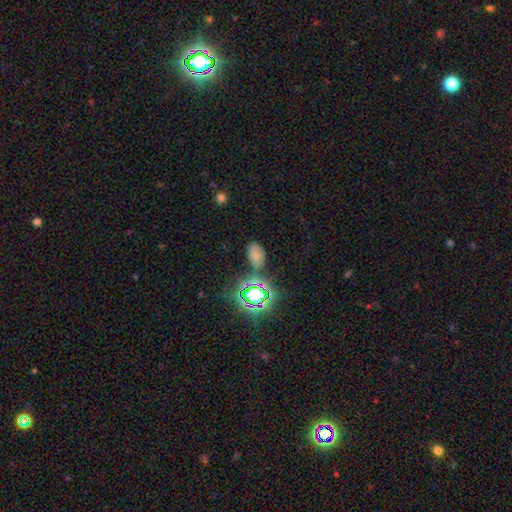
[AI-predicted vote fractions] Morphology: type=smooth (59%); roundness=in between (90%); merging=none (65%).